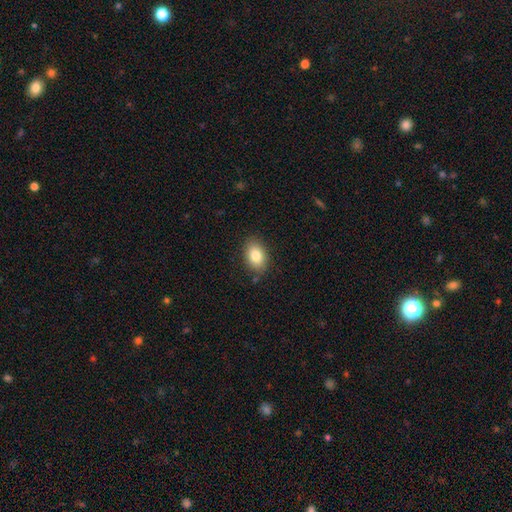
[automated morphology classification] Smooth or featured?
  - smooth: 83% *
  - featured or disk: 8%
  - star or artifact: 8%
How rounded?
  - in between: 85% *
  - round: 14%
  - cigar-shaped: 1%
Merging?
  - none: 84% *
  - minor disturbance: 12%
  - major disturbance: 3%
  - merger: 2%